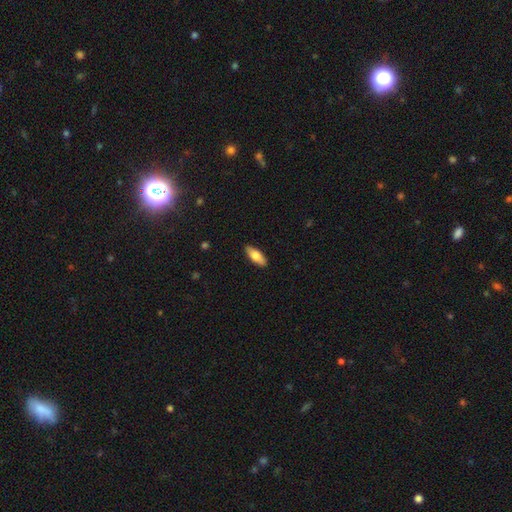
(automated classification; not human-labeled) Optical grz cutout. It shows a smooth galaxy with no disk features (71%) that is in between round and cigar-shaped (69%). Merging: none (89%).